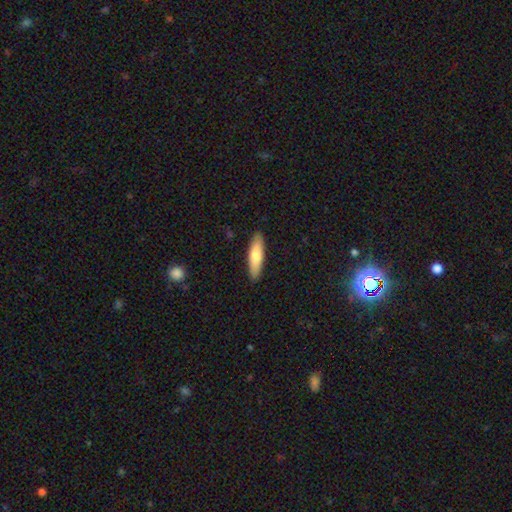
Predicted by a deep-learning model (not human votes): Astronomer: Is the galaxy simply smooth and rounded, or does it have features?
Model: smooth — 72%.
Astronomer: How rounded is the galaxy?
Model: cigar-shaped — 66%.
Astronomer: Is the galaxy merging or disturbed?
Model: none — 90%.